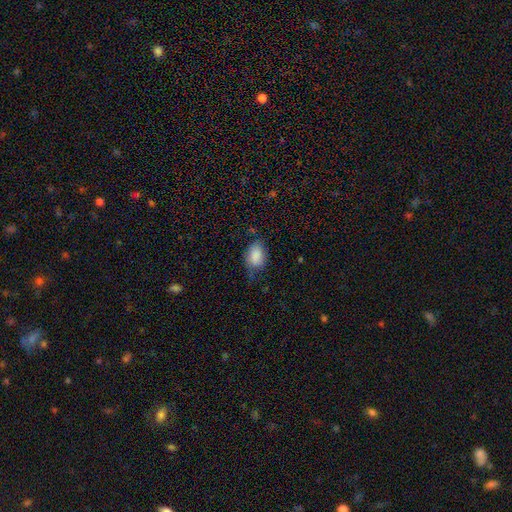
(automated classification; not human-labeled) This is clearly a smooth galaxy (86%). How rounded: clearly in between (83%). Merging: possibly none (54%).